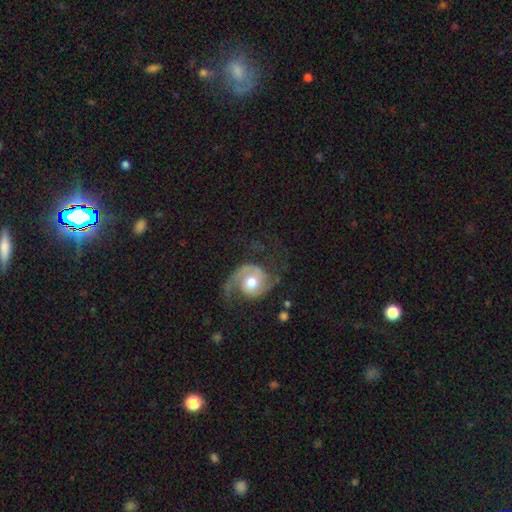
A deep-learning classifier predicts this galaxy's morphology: Overall: featured or disk (74%). Edge-on disk: no (97%). Bar: no (65%; weak 26%). Spiral arms: yes (92%). Spiral arm count: 2 (75%). Spiral winding: medium (50%; tight 28%). Bulge size: moderate (62%). Merging: none (71%).